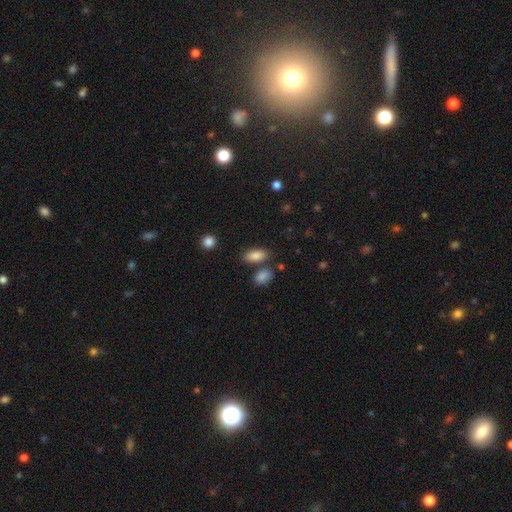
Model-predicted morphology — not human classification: Smooth or featured? smooth (86%)
How rounded? in between (88%)
Merging? none (73%)